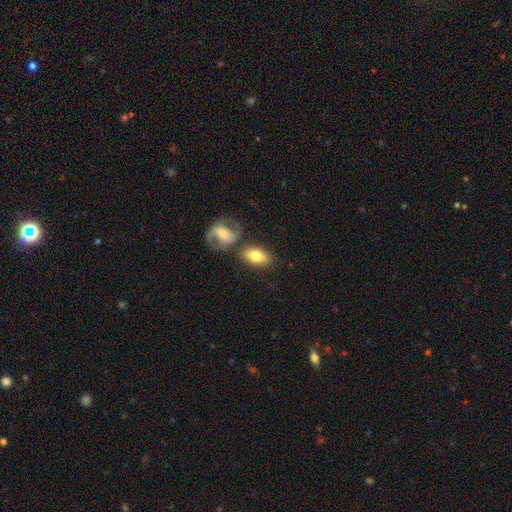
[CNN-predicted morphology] A smooth galaxy with no disk features (71%) that is in between round and cigar-shaped (88%). Merging: none (66%).